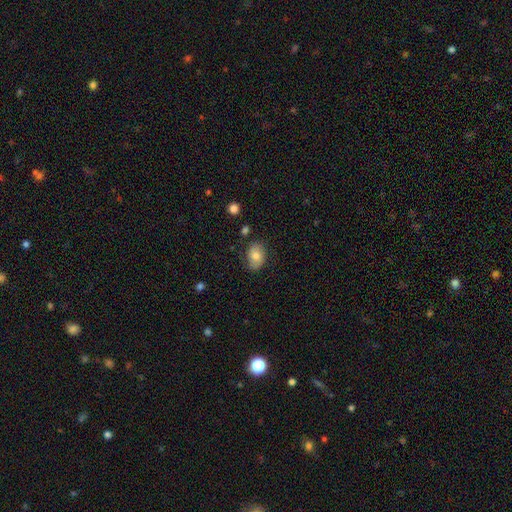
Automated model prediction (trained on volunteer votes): This is likely a smooth galaxy (76%). How rounded: likely in between (78%). Merging: likely none (78%).